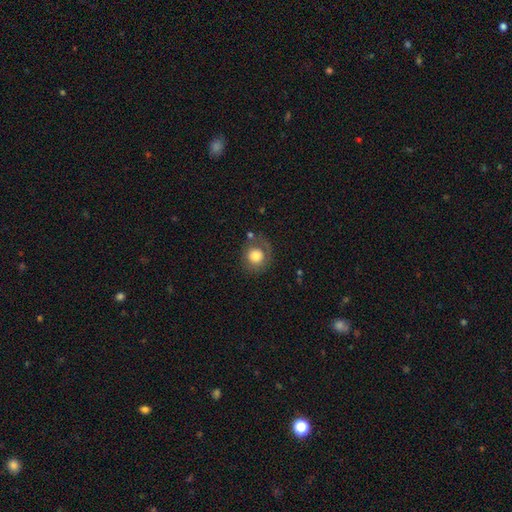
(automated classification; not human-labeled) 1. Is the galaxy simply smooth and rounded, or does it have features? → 73% smooth, 18% featured or disk, 9% star or artifact.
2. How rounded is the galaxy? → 85% round, 14% in between, 1% cigar-shaped.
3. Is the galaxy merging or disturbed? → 61% none, 19% minor disturbance, 14% major disturbance, 6% merger.